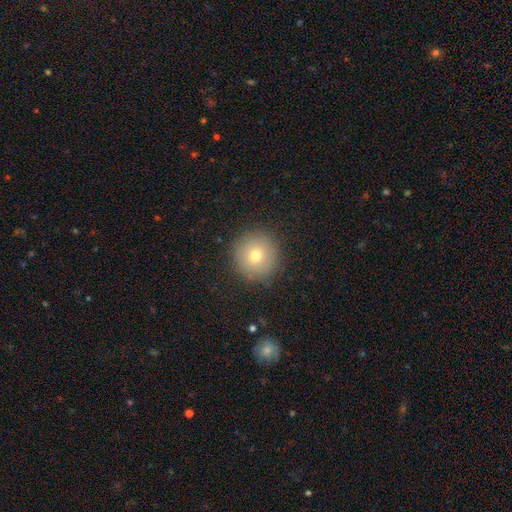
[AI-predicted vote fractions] A smooth galaxy with no disk features (73%) that is round (95%). Merging: none (89%).